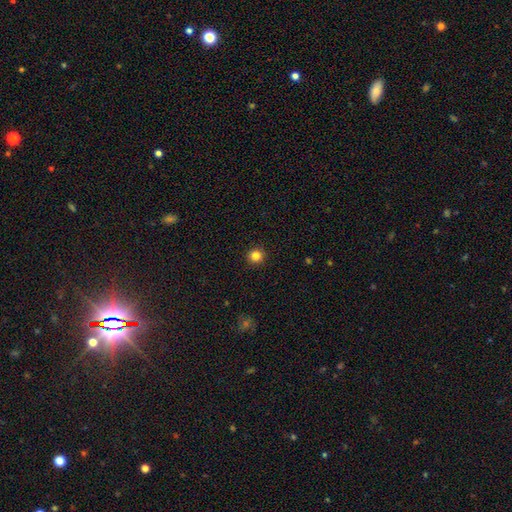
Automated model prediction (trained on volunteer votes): Overall: smooth (84%). How rounded: round (95%). Merging: none (93%).